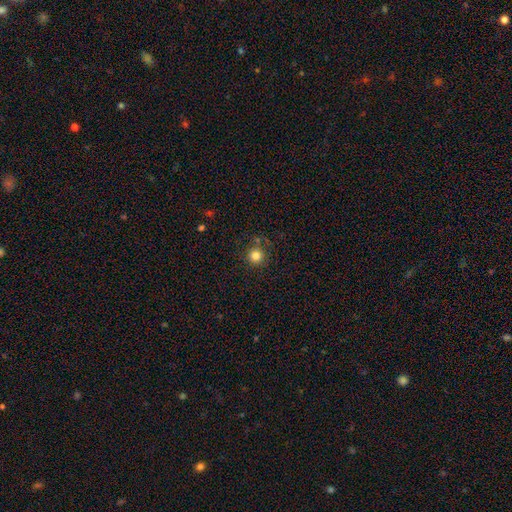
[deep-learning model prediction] This is clearly a smooth galaxy (82%). How rounded: clearly round (95%). Merging: clearly none (81%).